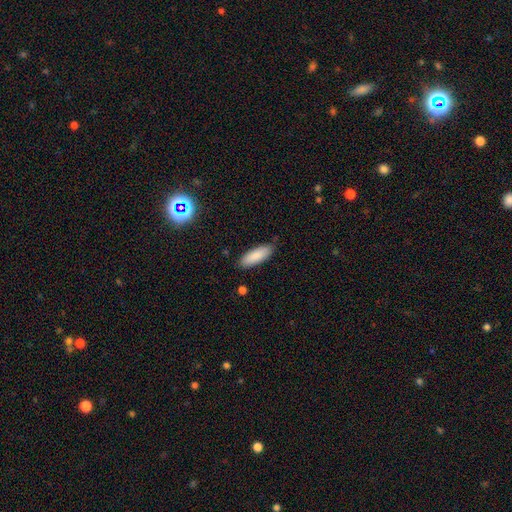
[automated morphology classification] smooth 88%, featured or disk 6%, star or artifact 6%. Down the decision tree: how rounded — in between (66%); merging — none (83%).